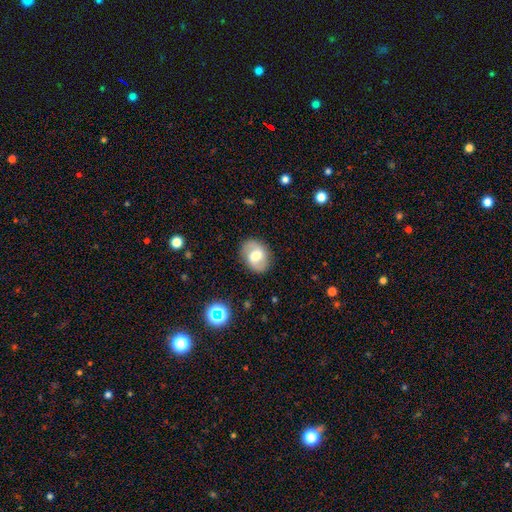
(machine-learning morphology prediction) A featured or disk galaxy (52%). Merging: none (83%).